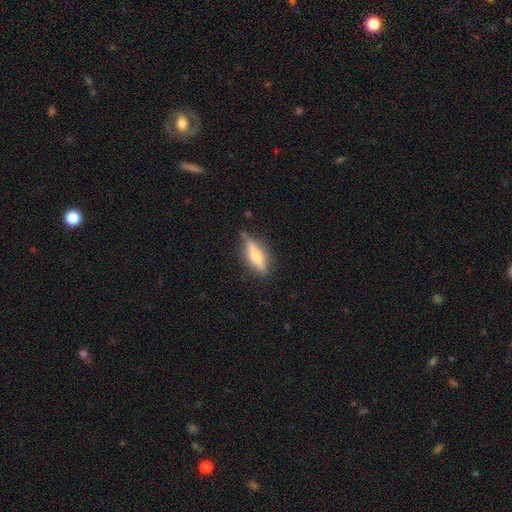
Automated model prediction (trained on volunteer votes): Smooth or featured: featured or disk — 56% (smooth — 38%)
Edge-on disk: yes — 91% (no — 9%)
Edge-on bulge: rounded — 82% (boxy — 9%)
Merging: none — 78% (minor disturbance — 16%)